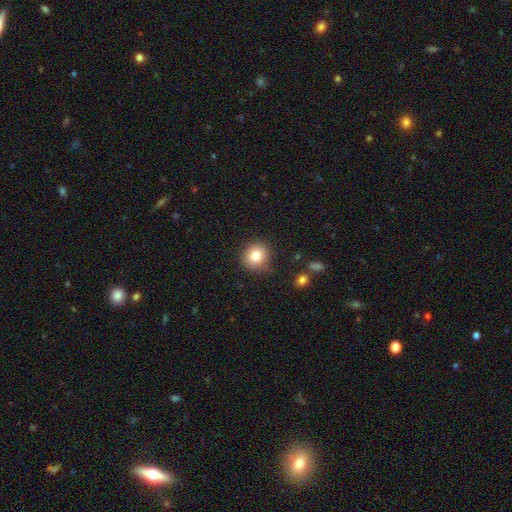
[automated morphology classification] Smooth or featured? smooth (81%)
How rounded? round (89%)
Merging? none (84%)